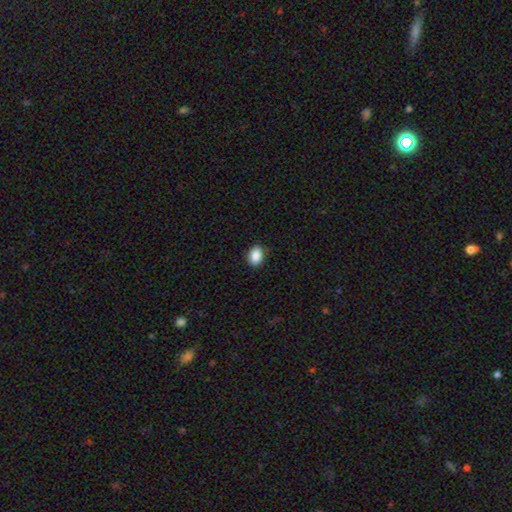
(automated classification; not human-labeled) Morphology: type=smooth (89%); roundness=in between (71%); merging=none (89%).